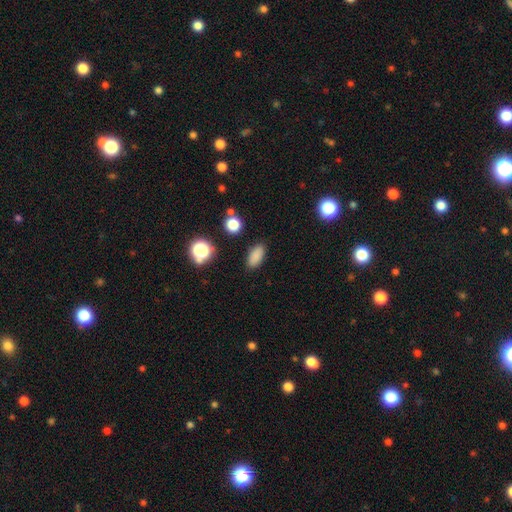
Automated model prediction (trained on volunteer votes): The model was most divided on "smooth or featured": smooth: 83%, star or artifact: 12%, featured or disk: 5%. More confident: how rounded — in between (87%); merging — none (86%).